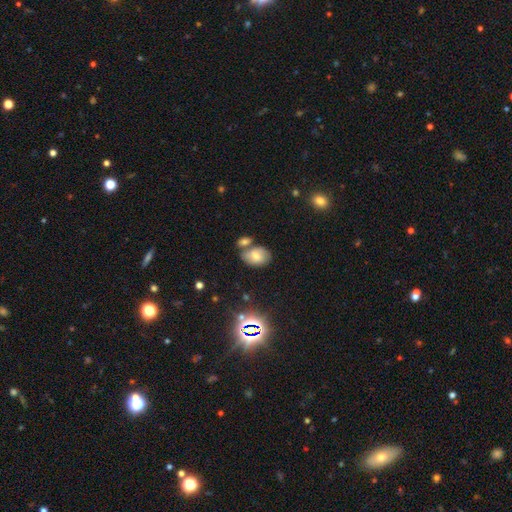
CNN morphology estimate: type=smooth (63%); roundness=in between (79%); merging=none (51%).